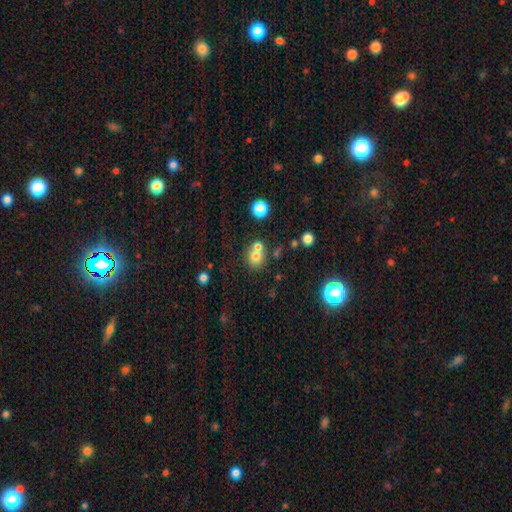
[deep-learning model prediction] smooth_or_featured: smooth (p=0.72) [alt: star or artifact p=0.14]
how_rounded: round (p=0.80) [alt: in between p=0.19]
merging: none (p=0.50) [alt: merger p=0.39]